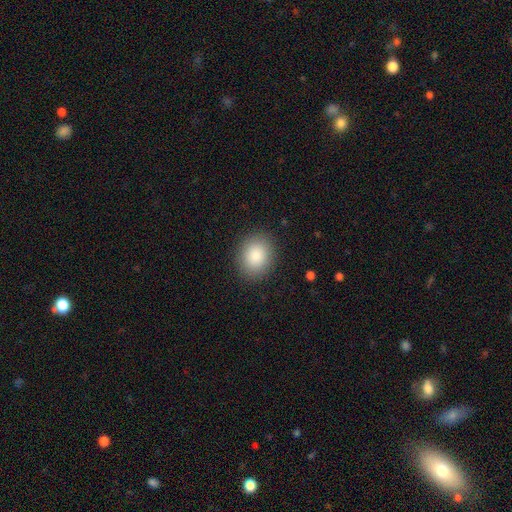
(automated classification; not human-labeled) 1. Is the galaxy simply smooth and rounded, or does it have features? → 86% smooth, 8% star or artifact, 6% featured or disk.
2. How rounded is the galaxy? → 59% round, 41% in between, 1% cigar-shaped.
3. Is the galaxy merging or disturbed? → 89% none, 8% minor disturbance, 3% major disturbance, 1% merger.